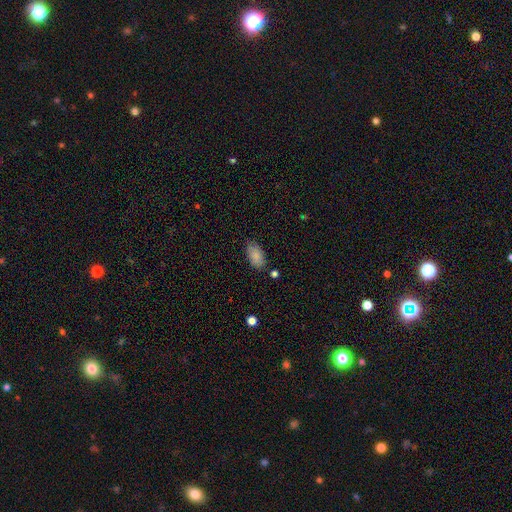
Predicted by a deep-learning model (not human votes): smooth_or_featured: smooth (p=0.85) [alt: featured or disk p=0.08]
how_rounded: in between (p=0.93) [alt: round p=0.04]
merging: none (p=0.75) [alt: minor disturbance p=0.18]